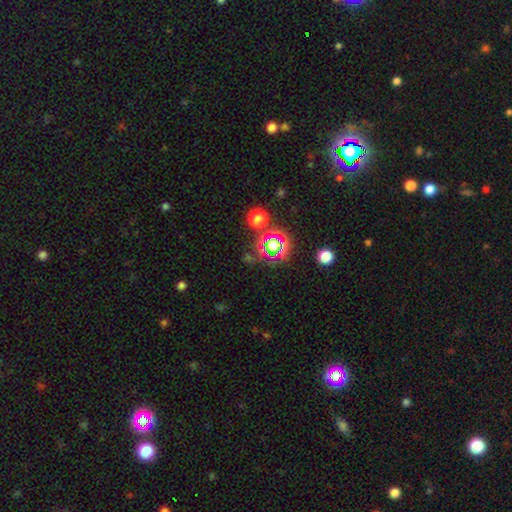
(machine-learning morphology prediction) The model was most divided on "smooth or featured": star or artifact: 75%, smooth: 16%, featured or disk: 9%.